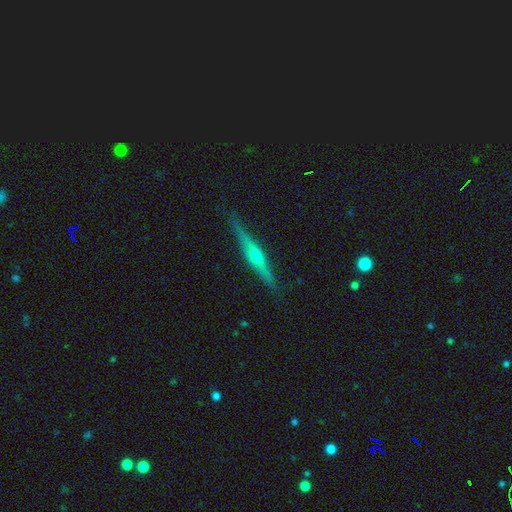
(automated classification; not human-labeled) featured or disk 70%, smooth 23%, star or artifact 7%. Down the decision tree: edge-on disk — yes (97%); edge-on bulge — rounded (78%); merging — none (87%).